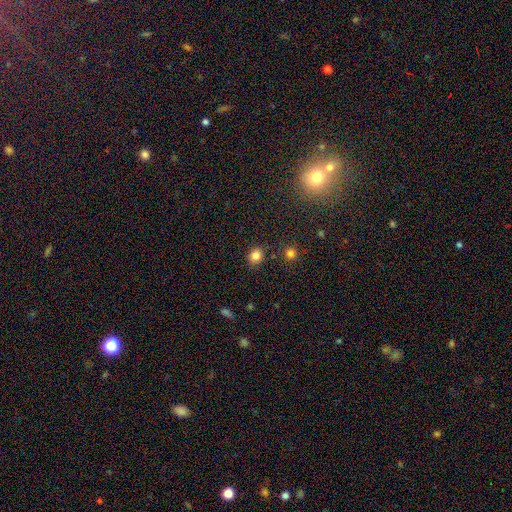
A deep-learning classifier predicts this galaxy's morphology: Overall: smooth (83%). How rounded: round (62%; in between 37%). Merging: none (84%).